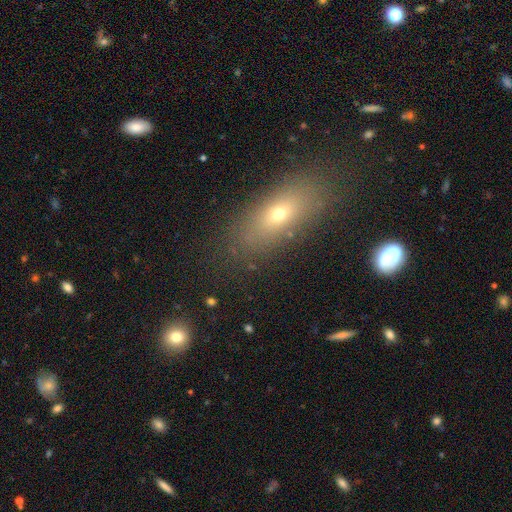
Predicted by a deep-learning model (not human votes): Smooth or featured? Predicted: smooth (p=0.58). How rounded? Predicted: in between (p=0.63). Merging? Predicted: none (p=0.84).